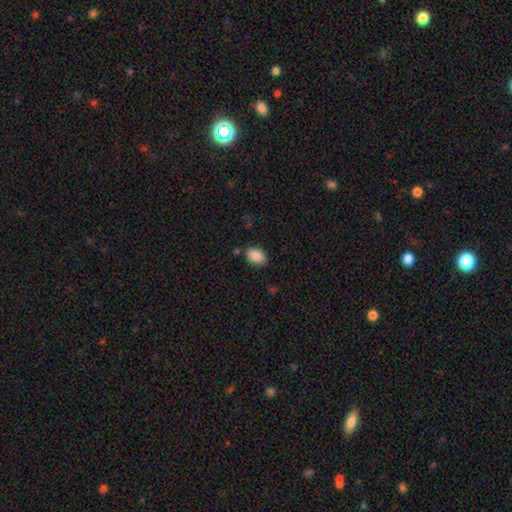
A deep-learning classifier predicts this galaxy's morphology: A smooth galaxy with no disk features (88%) that is in between round and cigar-shaped (87%). Merging: none (80%).